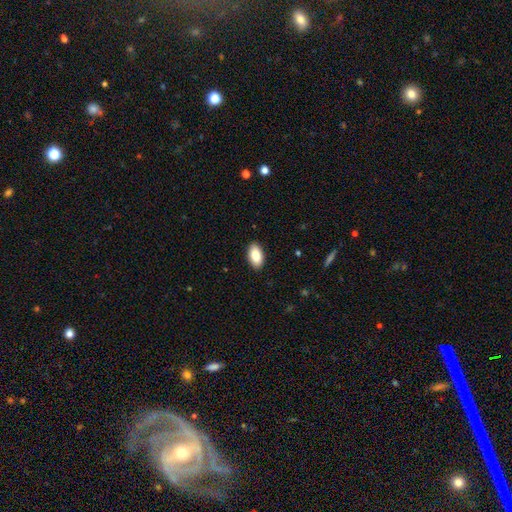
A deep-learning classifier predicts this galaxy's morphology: Smooth or featured? Predicted: smooth (p=0.86). How rounded? Predicted: in between (p=0.95). Merging? Predicted: none (p=0.90).